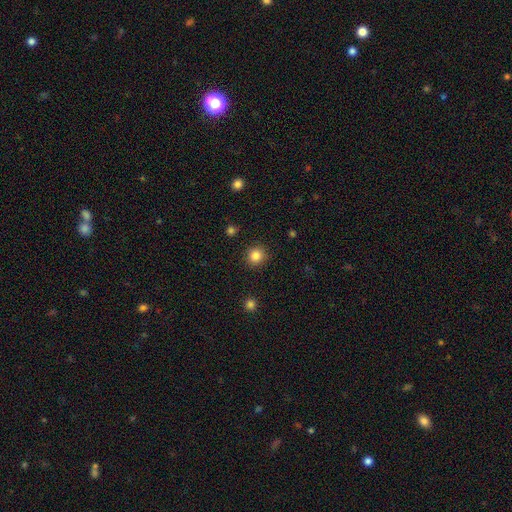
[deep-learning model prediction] Smooth or featured?
  - smooth: 84% *
  - star or artifact: 11%
  - featured or disk: 5%
How rounded?
  - round: 93% *
  - in between: 6%
  - cigar-shaped: 1%
Merging?
  - none: 91% *
  - minor disturbance: 5%
  - major disturbance: 2%
  - merger: 1%